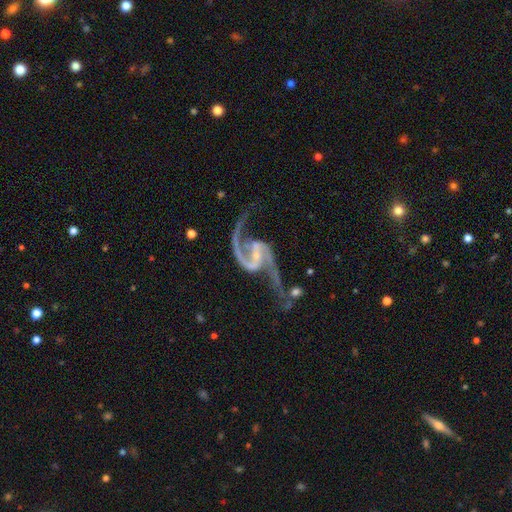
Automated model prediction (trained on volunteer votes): smooth-or-featured: featured or disk: 94% | star or artifact: 4% | smooth: 2%
  disk-edge-on: no: 98% | yes: 2%
    bar: weak: 42% | strong: 37% | no: 21%
    has-spiral-arms: yes: 98% | no: 2%
      spiral-winding: loose: 54% | medium: 39% | tight: 7%
      spiral-arm-count: 2: 94% | 1: 2% | 3: 1% | can't tell: 1% | 4: 1% | more than 4: 1%
    bulge-size: small: 73% | moderate: 18% | none: 7% | large: 1% | dominant: 1%
  merging: none: 59% | minor disturbance: 17% | major disturbance: 16% | merger: 7%